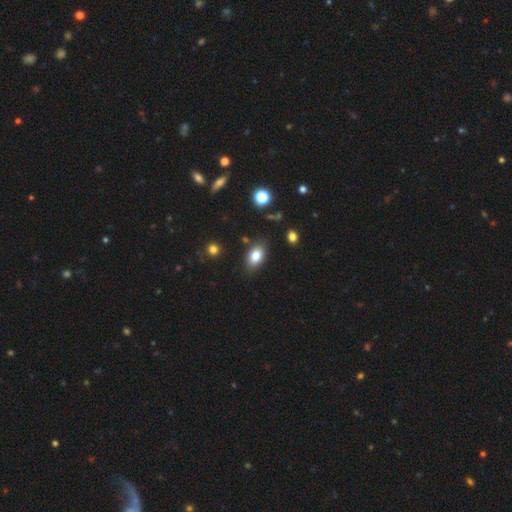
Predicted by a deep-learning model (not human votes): Smooth or featured? Predicted: smooth (p=0.82). How rounded? Predicted: in between (p=0.89). Merging? Predicted: none (p=0.81).